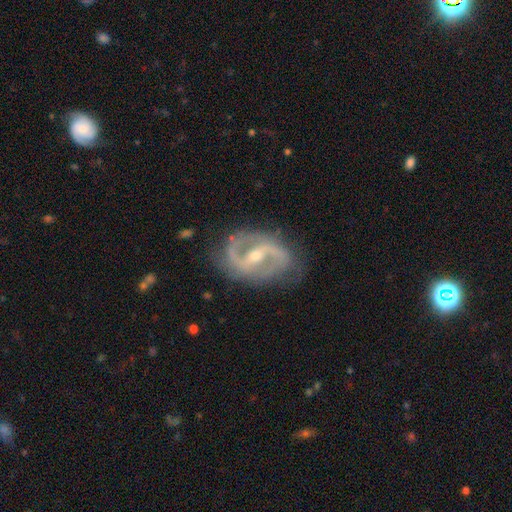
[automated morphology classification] This appears to be a featured or disk galaxy (90%) with a strong bar (50%), 2 (90%) medium (53%) spiral arms (95%) and a moderate central bulge (49%). Merging: none (76%).